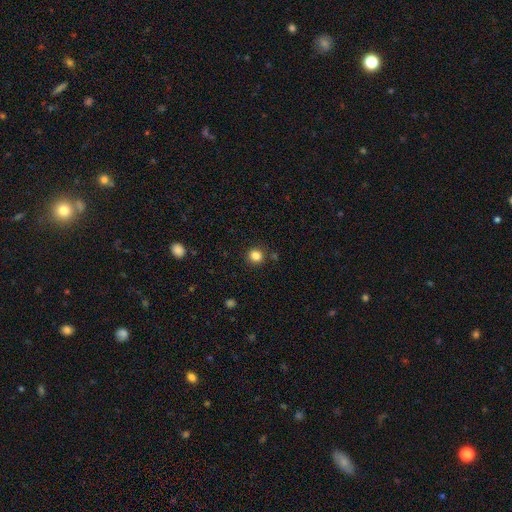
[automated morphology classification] This is clearly a smooth galaxy (84%). How rounded: clearly round (91%). Merging: clearly none (88%).